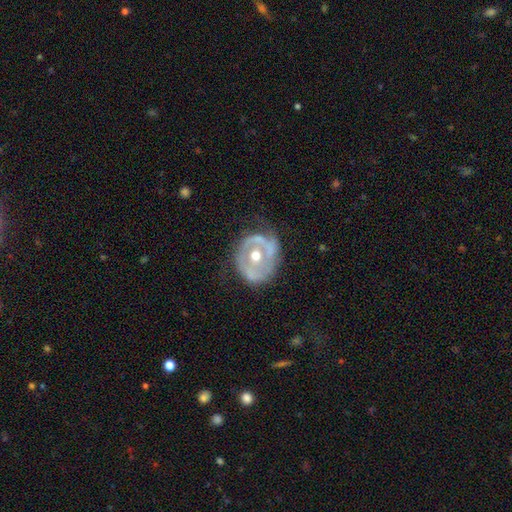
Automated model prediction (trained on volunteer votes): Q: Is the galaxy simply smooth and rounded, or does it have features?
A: featured or disk — 73%.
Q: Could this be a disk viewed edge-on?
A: no — 96%.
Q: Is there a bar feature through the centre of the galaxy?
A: no — 72%.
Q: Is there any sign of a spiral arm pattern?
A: no — 51%.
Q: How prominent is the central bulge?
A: moderate — 79%.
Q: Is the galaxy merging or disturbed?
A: none — 53%.